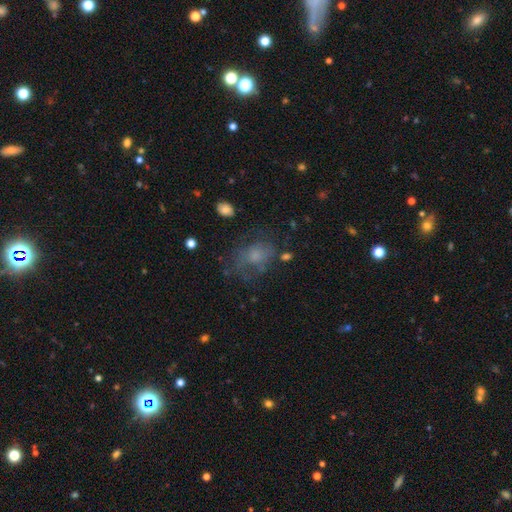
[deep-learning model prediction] Overall: smooth (50%; featured or disk 33%). How rounded: in between (57%; round 41%). Merging: none (51%; major disturbance 24%).